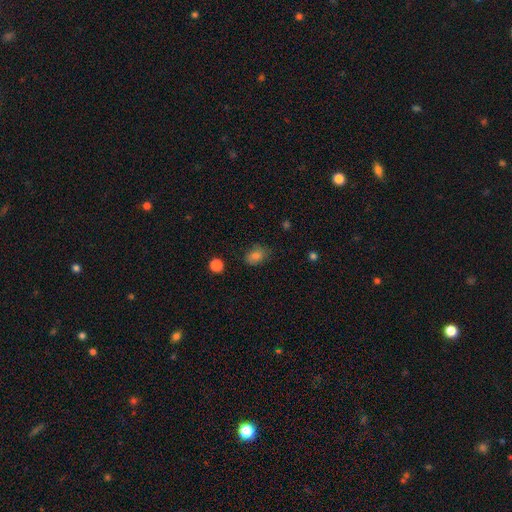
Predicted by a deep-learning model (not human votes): A smooth galaxy with no disk features (83%) that is in between round and cigar-shaped (69%). Merging: none (69%).